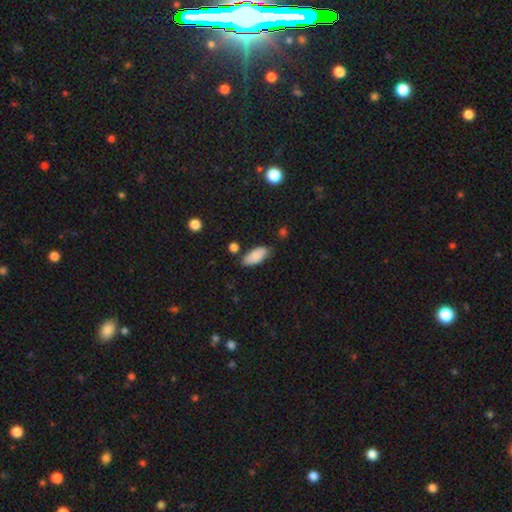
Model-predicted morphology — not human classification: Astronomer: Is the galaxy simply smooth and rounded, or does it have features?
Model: smooth — 85%.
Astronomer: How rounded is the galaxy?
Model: in between — 88%.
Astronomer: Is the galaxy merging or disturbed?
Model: none — 74%.